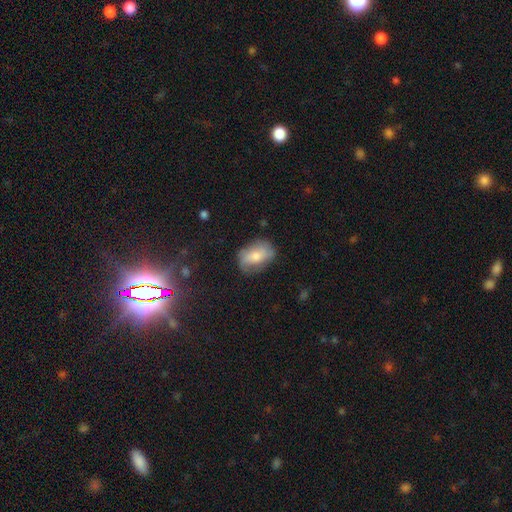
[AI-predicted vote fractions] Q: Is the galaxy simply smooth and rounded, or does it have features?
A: smooth — 63%.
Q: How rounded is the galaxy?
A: in between — 83%.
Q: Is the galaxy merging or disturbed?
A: none — 66%.